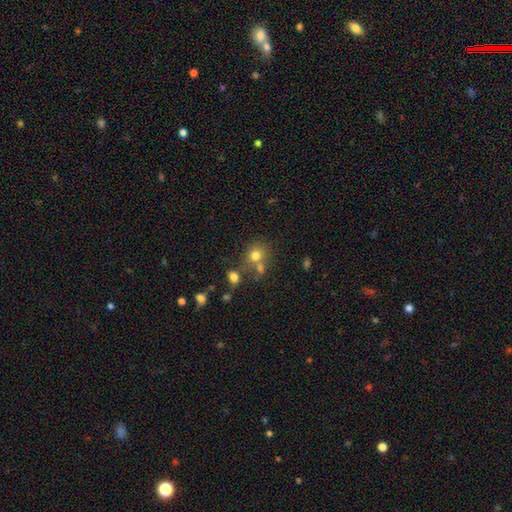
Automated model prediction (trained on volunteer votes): The model was most divided on "merging": none: 50%, merger: 31%, minor disturbance: 12%, major disturbance: 6%. More confident: smooth or featured — smooth (75%); how rounded — round (73%).